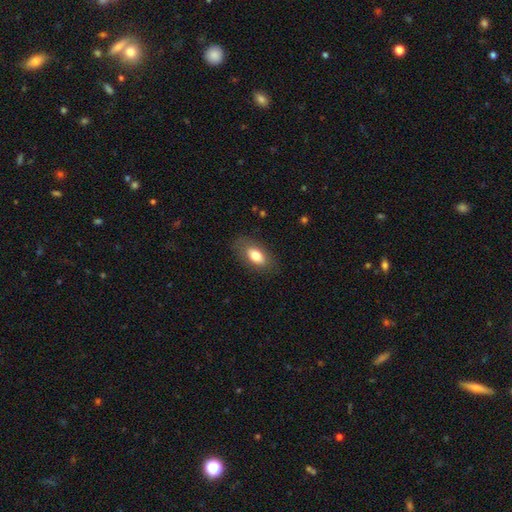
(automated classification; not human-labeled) This is likely a smooth galaxy (76%). How rounded: clearly in between (88%). Merging: clearly none (81%).